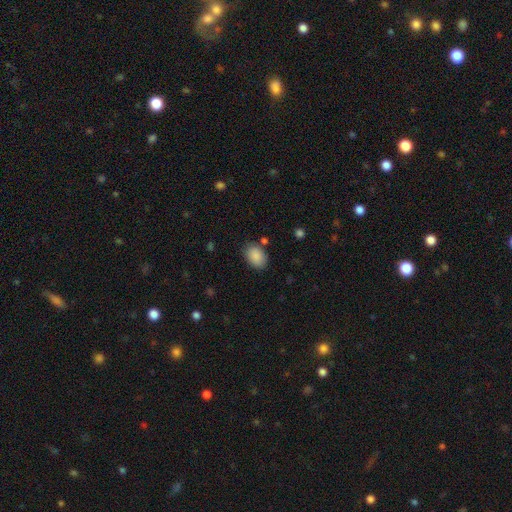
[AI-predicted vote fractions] Smooth or featured? smooth (89%)
How rounded? in between (81%)
Merging? none (79%)